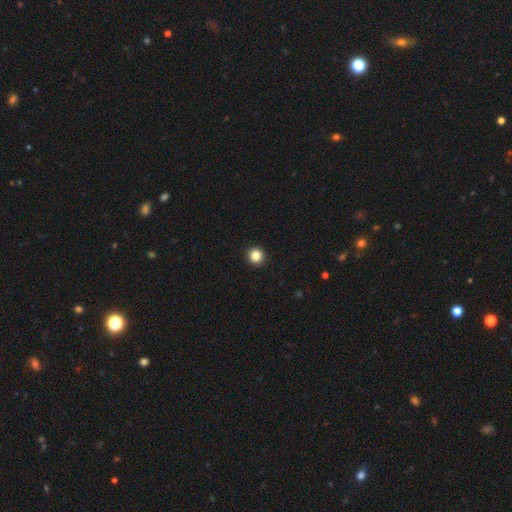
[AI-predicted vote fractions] smooth_or_featured: smooth (p=0.85) [alt: star or artifact p=0.11]
how_rounded: round (p=0.95) [alt: in between p=0.04]
merging: none (p=0.94) [alt: minor disturbance p=0.04]